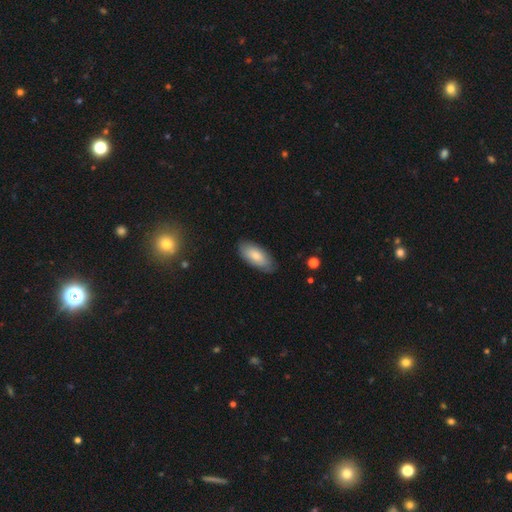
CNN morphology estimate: Smooth or featured: smooth — 78% (featured or disk — 16%)
How rounded: in between — 89% (cigar-shaped — 9%)
Merging: none — 80% (minor disturbance — 16%)